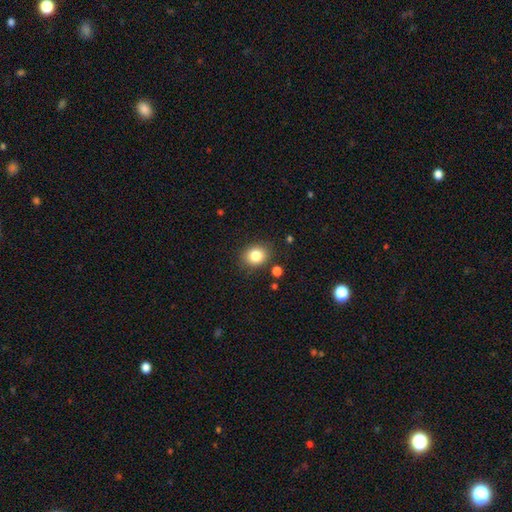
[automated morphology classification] This appears to be a smooth galaxy with no disk features (83%) that is round (63%). Merging: none (84%).